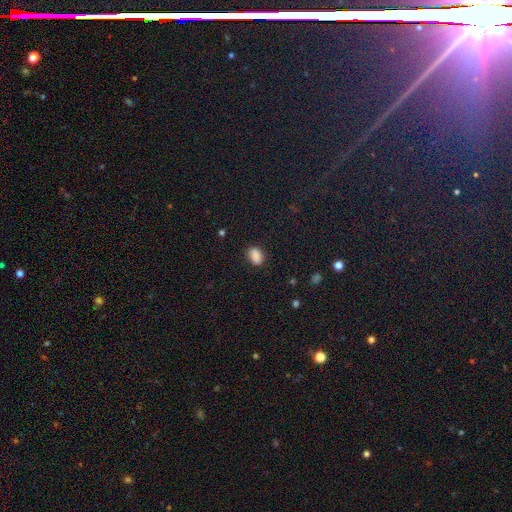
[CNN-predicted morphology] smooth-or-featured: smooth: 87% | star or artifact: 9% | featured or disk: 4%
  how-rounded: in between: 84% | round: 14% | cigar-shaped: 2%
  merging: none: 83% | minor disturbance: 13% | major disturbance: 3% | merger: 1%